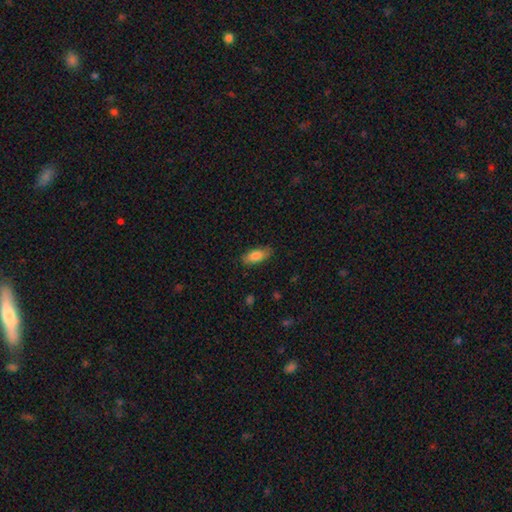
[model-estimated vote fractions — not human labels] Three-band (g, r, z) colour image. It shows a smooth galaxy with no disk features (80%) that is in between round and cigar-shaped (83%). Merging: none (85%).